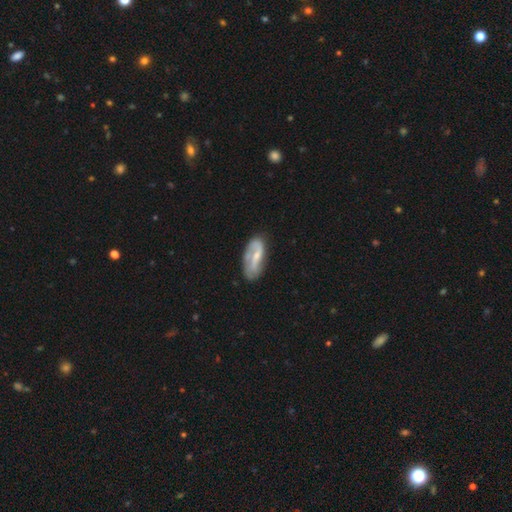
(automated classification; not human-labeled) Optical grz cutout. It shows a featured or disk galaxy (65%) with a weak bar (41%), spiral arms (81%) and a small central bulge (54%). Merging: none (66%).